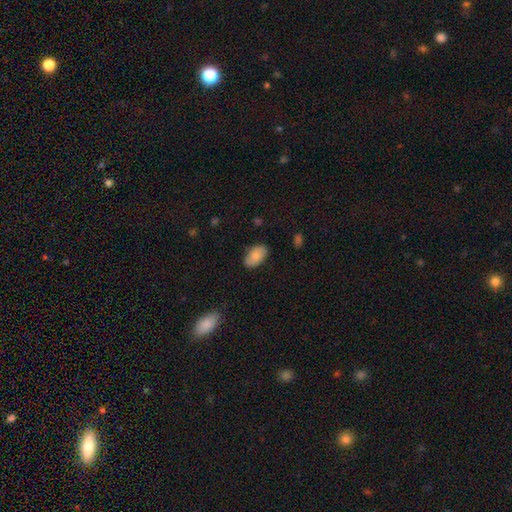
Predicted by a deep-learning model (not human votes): A smooth galaxy with no disk features (79%) that is in between round and cigar-shaped (92%).

Vote fractions:
- Smooth or featured? smooth: 79% / featured or disk: 14% / star or artifact: 7%
- How rounded? in between: 92% / round: 6% / cigar-shaped: 1%
- Merging? none: 79% / minor disturbance: 17% / major disturbance: 3% / merger: 1%